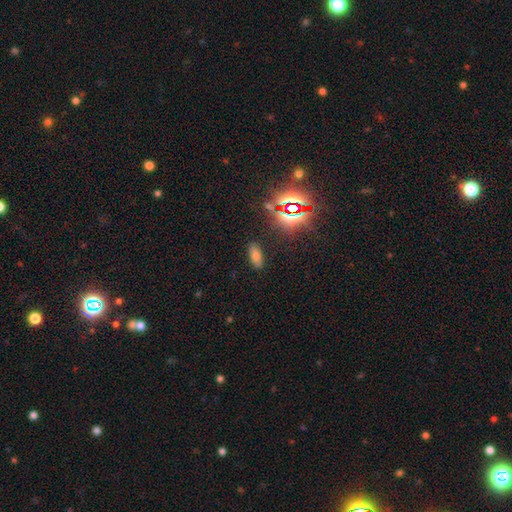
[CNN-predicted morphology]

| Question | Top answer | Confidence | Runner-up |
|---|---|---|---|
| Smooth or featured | smooth | 68% | star or artifact (21%) |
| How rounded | in between | 81% | cigar-shaped (15%) |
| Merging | none | 88% | minor disturbance (8%) |